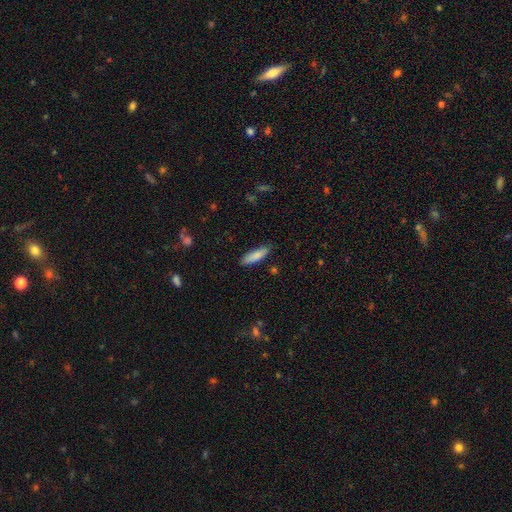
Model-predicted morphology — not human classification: Smooth or featured? Predicted: smooth (p=0.84). How rounded? Predicted: cigar-shaped (p=0.63). Merging? Predicted: none (p=0.86).